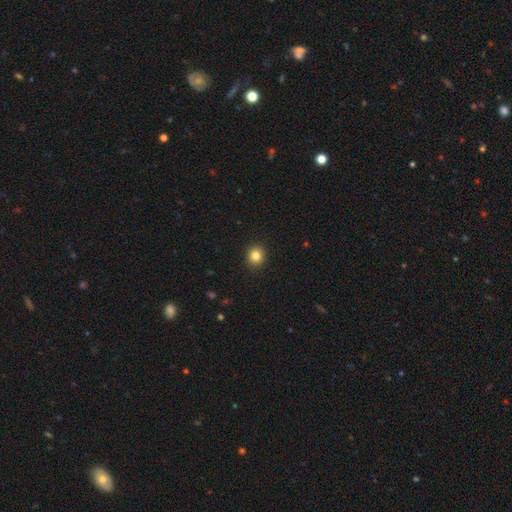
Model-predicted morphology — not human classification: type=smooth (83%); roundness=round (84%); merging=none (92%).